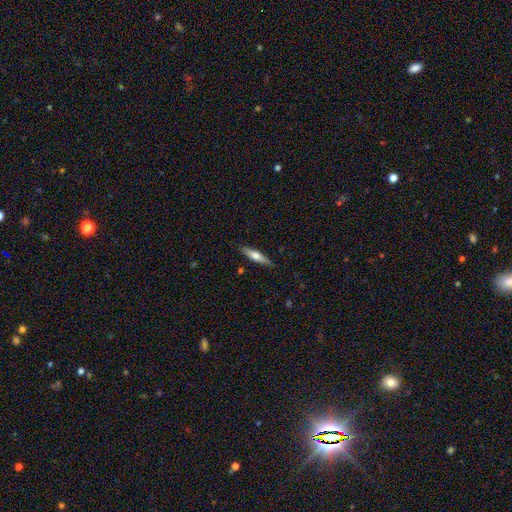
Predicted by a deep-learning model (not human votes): Smooth or featured? Predicted: featured or disk (p=0.47, tied with smooth). Merging? Predicted: none (p=0.87).